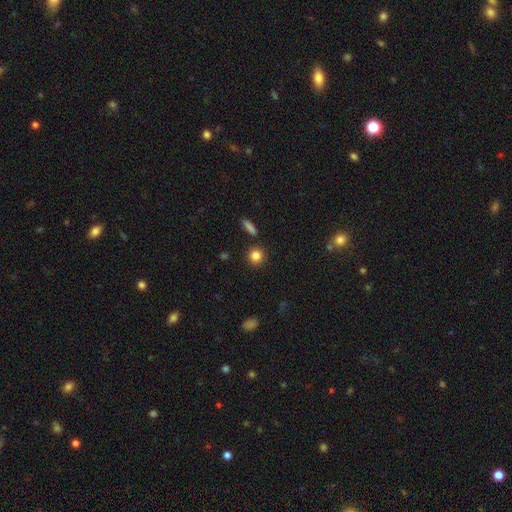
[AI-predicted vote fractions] Q: Smooth or featured?
A: smooth (84%); runner-up: star or artifact (10%)
Q: How rounded?
A: round (90%); runner-up: in between (9%)
Q: Merging?
A: none (88%); runner-up: minor disturbance (6%)